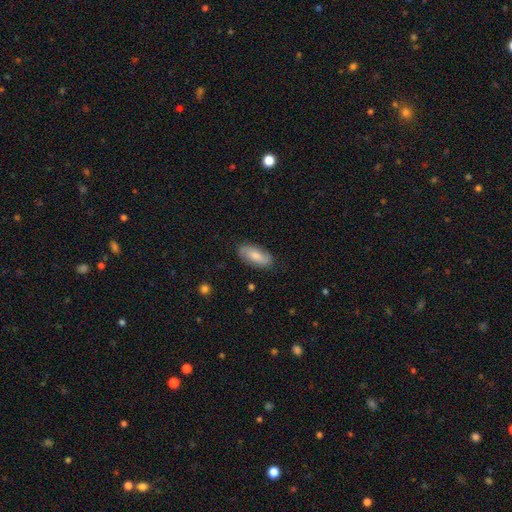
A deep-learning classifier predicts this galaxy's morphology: Smooth or featured? smooth (65%)
How rounded? in between (87%)
Merging? none (83%)